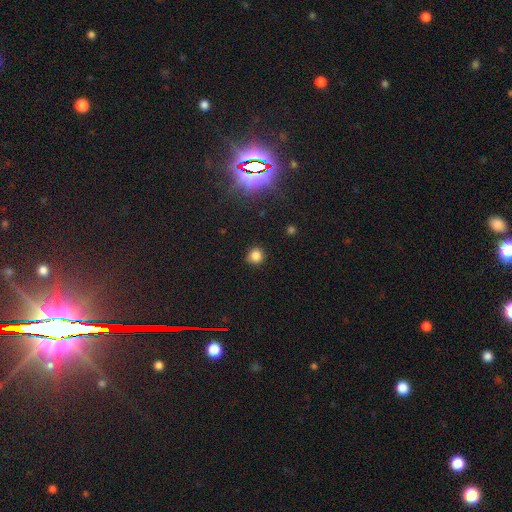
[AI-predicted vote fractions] smooth-or-featured: smooth: 81% | star or artifact: 15% | featured or disk: 4%
  how-rounded: round: 91% | in between: 8% | cigar-shaped: 1%
  merging: none: 88% | minor disturbance: 8% | major disturbance: 2% | merger: 1%